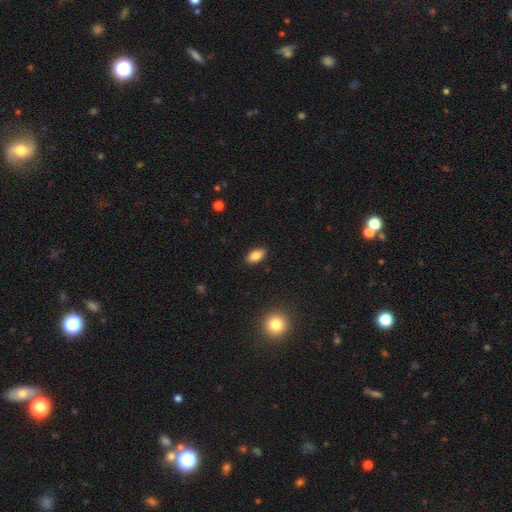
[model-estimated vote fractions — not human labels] Smooth or featured? smooth (84%)
How rounded? in between (90%)
Merging? none (88%)